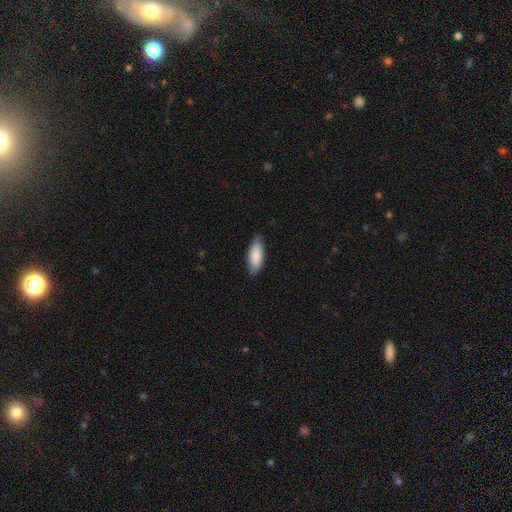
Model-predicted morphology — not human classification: smooth 87%, featured or disk 8%, star or artifact 5%. Down the decision tree: how rounded — in between (77%); merging — none (80%).